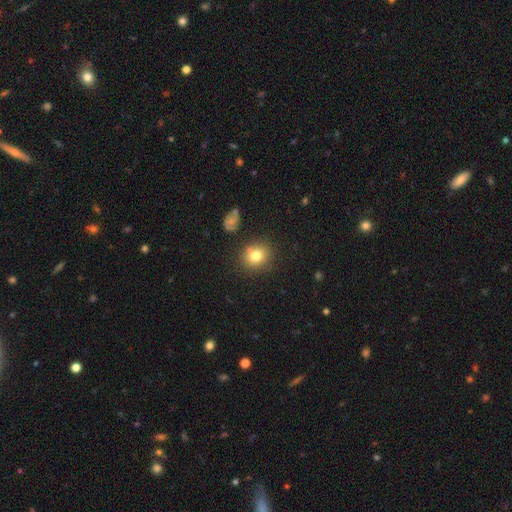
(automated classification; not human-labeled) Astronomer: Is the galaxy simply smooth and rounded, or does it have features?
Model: smooth — 77%.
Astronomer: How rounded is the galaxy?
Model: round — 70%.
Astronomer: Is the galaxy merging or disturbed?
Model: none — 76%.